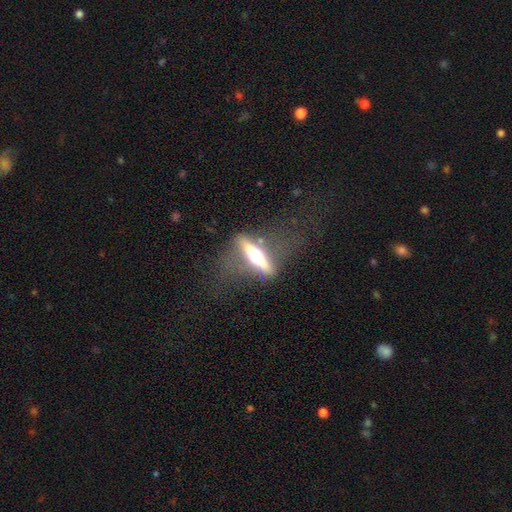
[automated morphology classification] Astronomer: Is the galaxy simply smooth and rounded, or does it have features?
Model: featured or disk — 67%.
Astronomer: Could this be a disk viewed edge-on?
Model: yes — 88%.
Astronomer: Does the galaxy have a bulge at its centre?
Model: rounded — 91%.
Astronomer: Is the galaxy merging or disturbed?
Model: none — 64%.